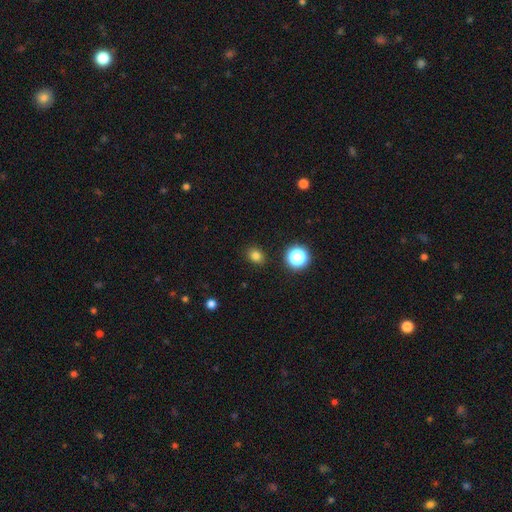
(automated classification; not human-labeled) smooth 79%, star or artifact 16%, featured or disk 5%. Down the decision tree: how rounded — round (62%); merging — none (89%).